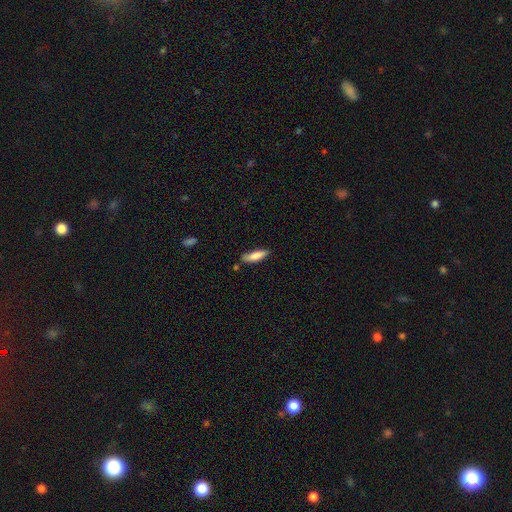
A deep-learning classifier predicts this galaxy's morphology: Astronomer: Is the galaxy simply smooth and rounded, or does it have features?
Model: smooth — 79%.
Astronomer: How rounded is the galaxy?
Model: cigar-shaped — 61% (runner-up: in between, 37%).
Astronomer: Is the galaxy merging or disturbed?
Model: none — 74%.